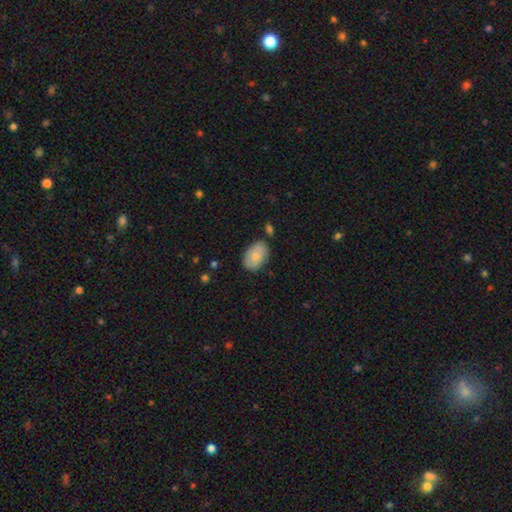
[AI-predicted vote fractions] This is likely a smooth galaxy (78%). How rounded: clearly in between (90%). Merging: likely none (76%).